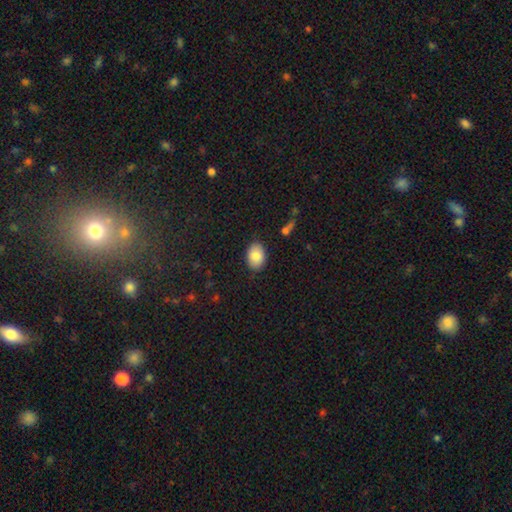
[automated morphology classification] type=smooth (85%); roundness=in between (84%); merging=none (86%).